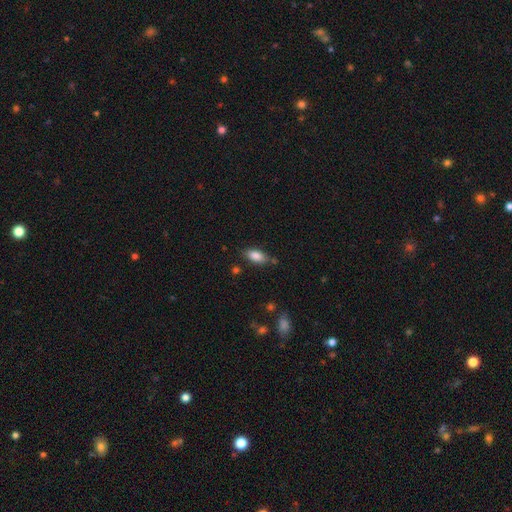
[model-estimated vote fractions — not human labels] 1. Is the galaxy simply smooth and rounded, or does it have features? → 86% smooth, 8% star or artifact, 7% featured or disk.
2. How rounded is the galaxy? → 89% in between, 8% cigar-shaped, 3% round.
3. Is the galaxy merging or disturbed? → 75% none, 16% minor disturbance, 4% merger, 4% major disturbance.